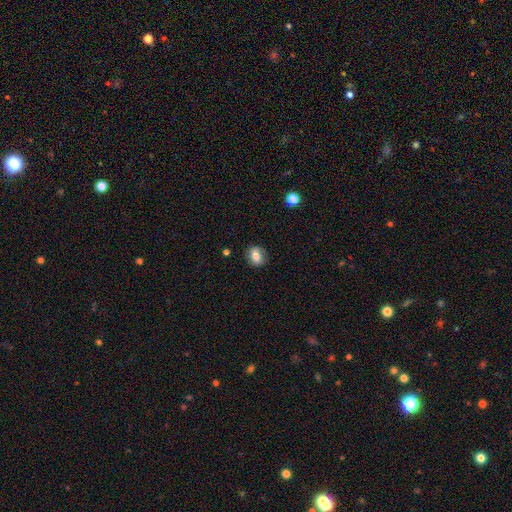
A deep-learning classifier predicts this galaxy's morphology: A smooth galaxy with no disk features (78%) that is in between round and cigar-shaped (60%).

Vote fractions:
- Smooth or featured? smooth: 78% / featured or disk: 13% / star or artifact: 9%
- How rounded? in between: 60% / round: 38% / cigar-shaped: 2%
- Merging? none: 83% / minor disturbance: 12% / major disturbance: 3% / merger: 1%